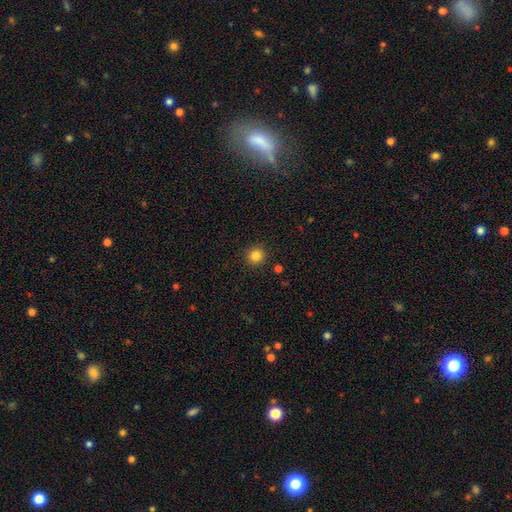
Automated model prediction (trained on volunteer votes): Smooth or featured? smooth (84%)
How rounded? round (94%)
Merging? none (90%)